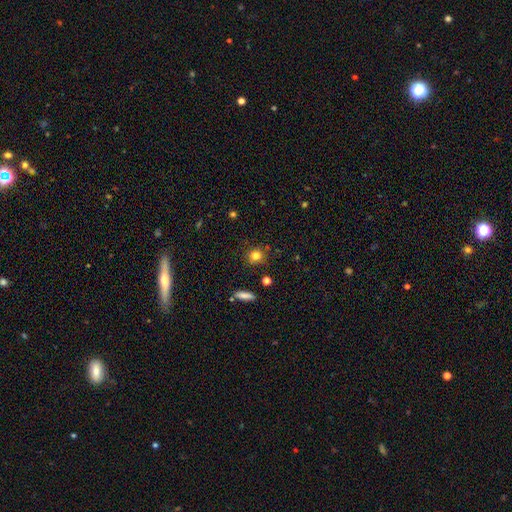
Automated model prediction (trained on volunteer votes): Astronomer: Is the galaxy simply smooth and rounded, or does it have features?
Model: smooth — 80%.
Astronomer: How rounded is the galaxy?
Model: round — 86%.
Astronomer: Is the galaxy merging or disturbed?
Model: none — 85%.